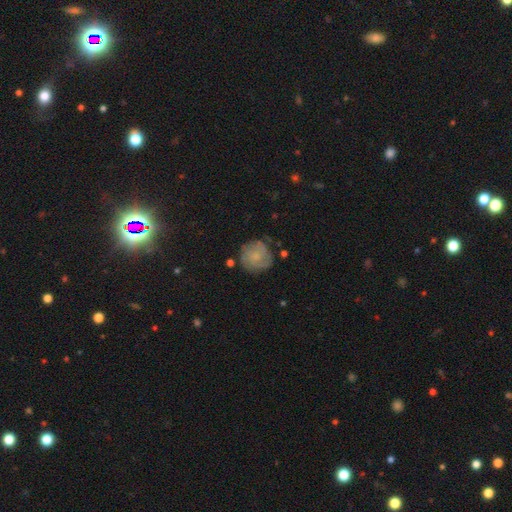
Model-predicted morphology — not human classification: This appears to be a featured or disk galaxy (55%) with no bar (76%), spiral arms (87%) and a small central bulge (48%). Merging: none (75%).